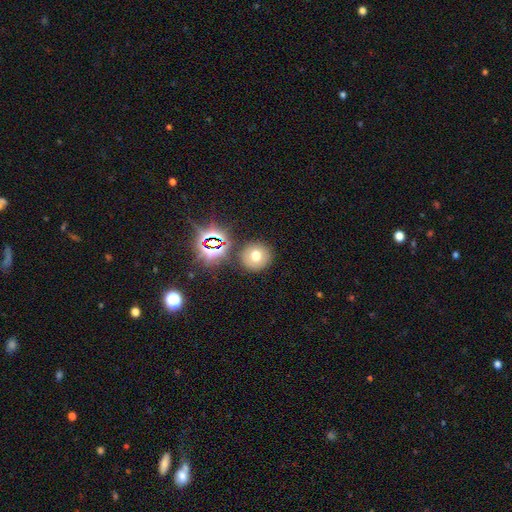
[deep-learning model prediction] This appears to be a smooth galaxy with no disk features (64%) that is round (91%). Merging: none (84%).